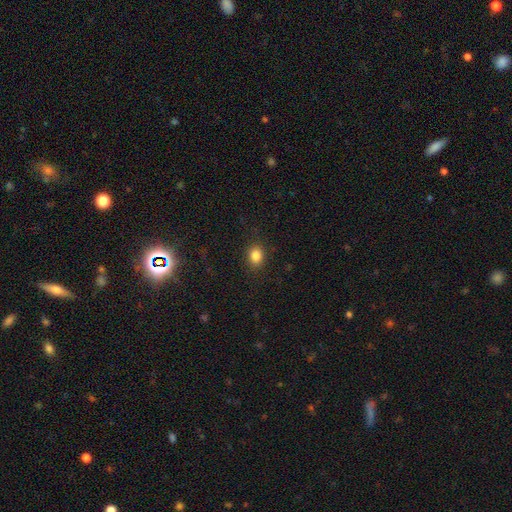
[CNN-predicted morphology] Smooth or featured? smooth (84%)
How rounded? in between (59%)
Merging? none (87%)